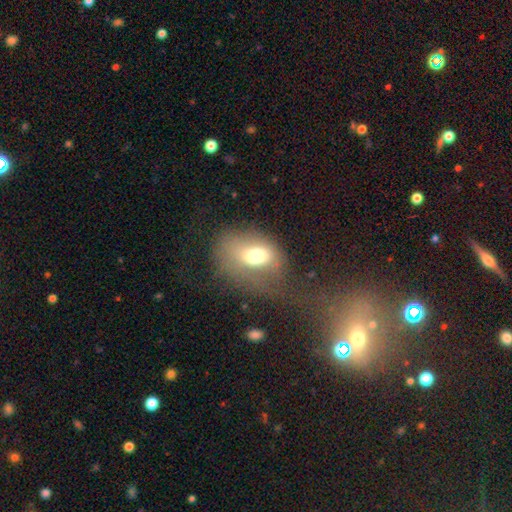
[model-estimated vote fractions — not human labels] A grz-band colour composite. It shows a smooth galaxy with no disk features (67%) that is in between round and cigar-shaped (74%). Merging: major disturbance (42%).